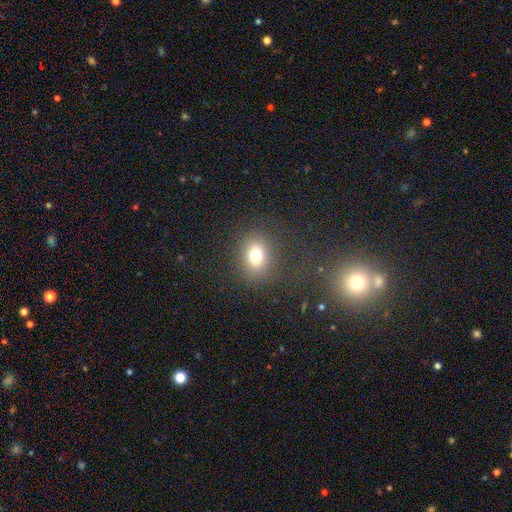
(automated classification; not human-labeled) Smooth or featured? smooth (77%)
How rounded? in between (51%)
Merging? none (79%)